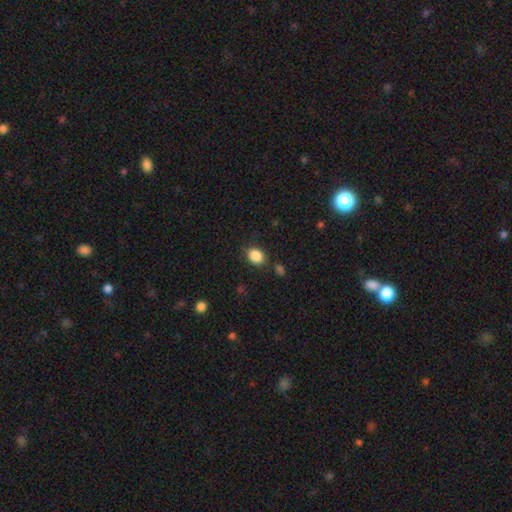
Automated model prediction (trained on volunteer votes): Q: Smooth or featured?
A: smooth (87%); runner-up: star or artifact (9%)
Q: How rounded?
A: in between (65%); runner-up: round (34%)
Q: Merging?
A: none (80%); runner-up: minor disturbance (13%)